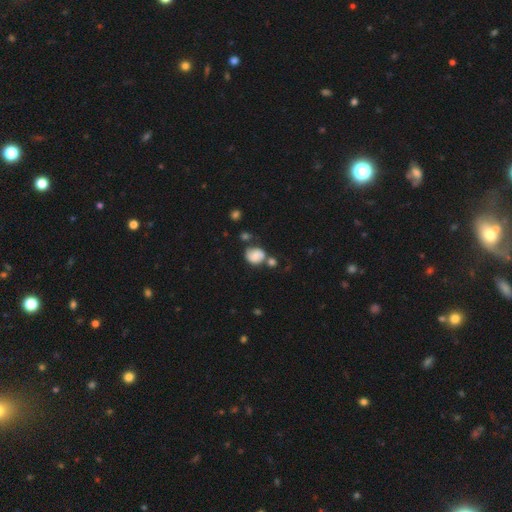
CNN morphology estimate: This is likely a smooth galaxy (66%). How rounded: likely round (61%). Merging: marginally none (42%).